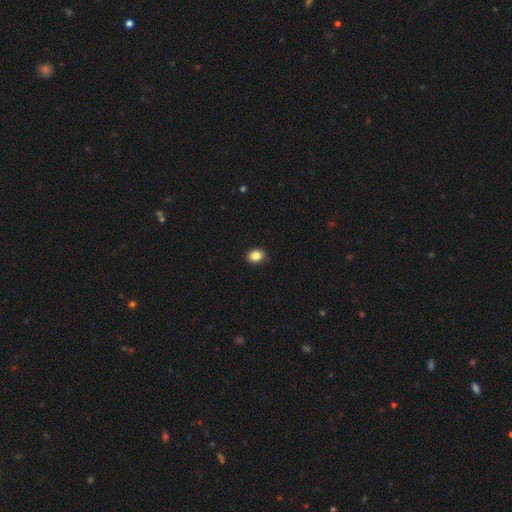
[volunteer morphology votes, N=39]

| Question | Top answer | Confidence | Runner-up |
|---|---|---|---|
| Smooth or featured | smooth | 90% | featured or disk (8%) |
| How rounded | in between | 57% | round (43%) |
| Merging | none | 100% | — |